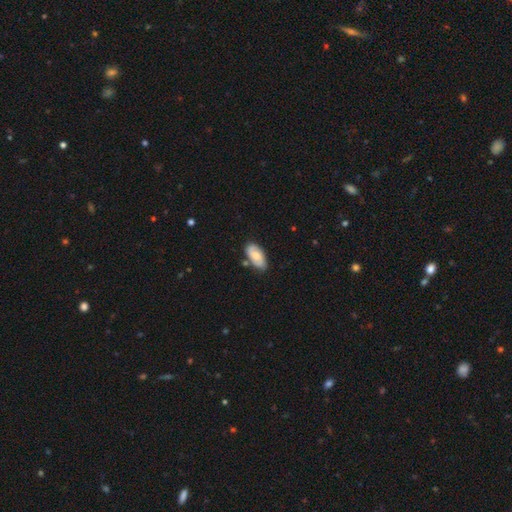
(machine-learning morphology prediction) smooth-or-featured: smooth: 56% | featured or disk: 37% | star or artifact: 7%
  how-rounded: in between: 92% | cigar-shaped: 5% | round: 3%
  merging: none: 73% | minor disturbance: 18% | merger: 5% | major disturbance: 4%